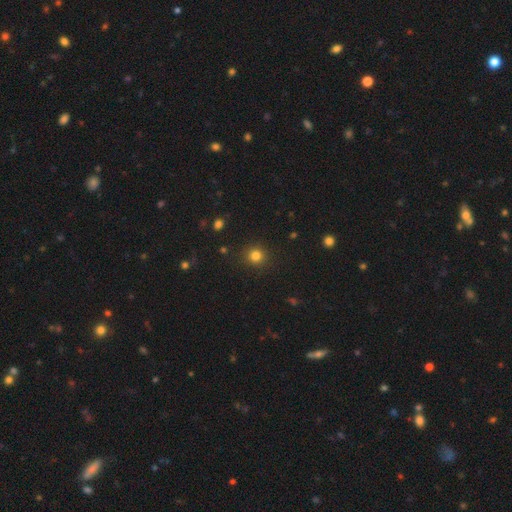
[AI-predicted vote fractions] Smooth or featured?
  - smooth: 82% *
  - star or artifact: 13%
  - featured or disk: 5%
How rounded?
  - round: 92% *
  - in between: 7%
  - cigar-shaped: 1%
Merging?
  - none: 90% *
  - minor disturbance: 6%
  - major disturbance: 3%
  - merger: 1%